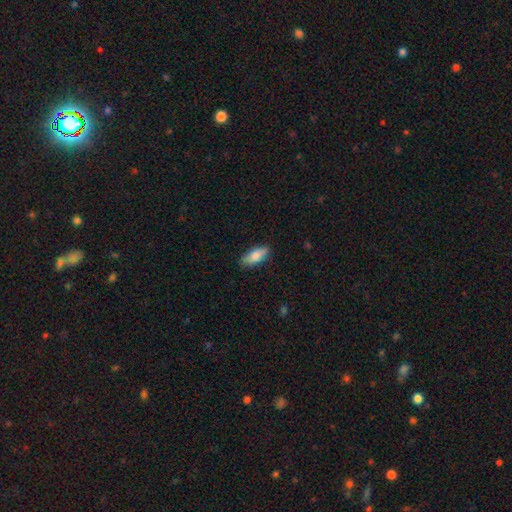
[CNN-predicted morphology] smooth 82%, featured or disk 12%, star or artifact 6%. Down the decision tree: how rounded — in between (76%); merging — none (82%).